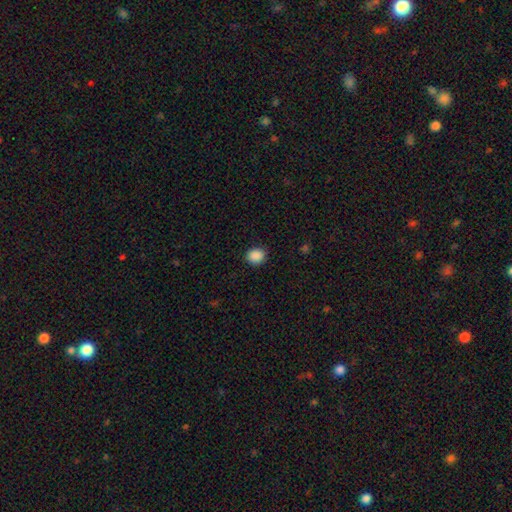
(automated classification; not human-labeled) A smooth galaxy with no disk features (89%) that is round (71%). Merging: none (89%).